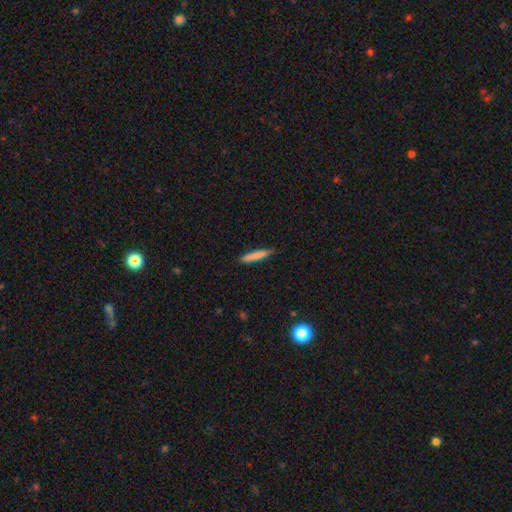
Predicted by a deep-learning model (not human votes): smooth 80%, featured or disk 14%, star or artifact 6%. Down the decision tree: how rounded — cigar-shaped (92%); merging — none (83%).